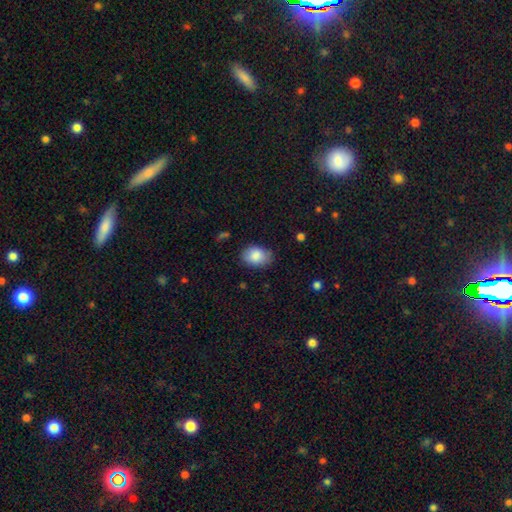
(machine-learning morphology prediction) This is clearly a smooth galaxy (86%). How rounded: likely in between (75%). Merging: likely none (75%).